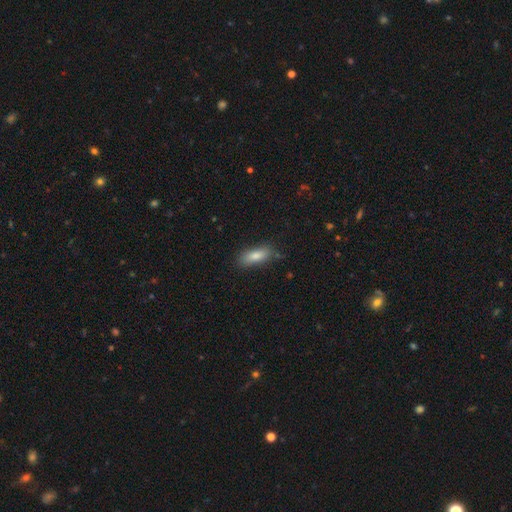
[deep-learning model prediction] Smooth or featured?
  - smooth: 79% *
  - featured or disk: 12%
  - star or artifact: 9%
How rounded?
  - in between: 68% *
  - cigar-shaped: 30%
  - round: 3%
Merging?
  - none: 79% *
  - minor disturbance: 16%
  - major disturbance: 3%
  - merger: 2%